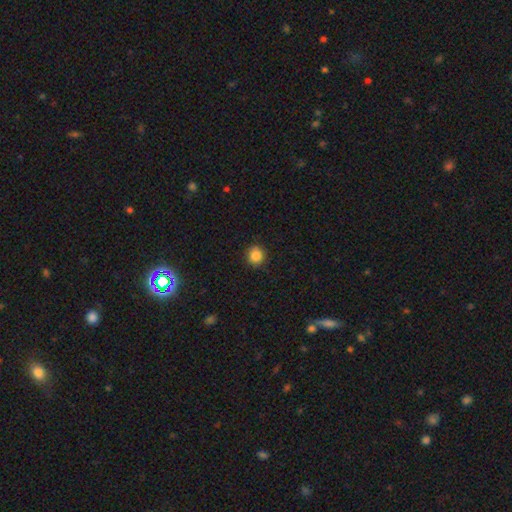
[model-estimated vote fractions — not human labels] Q: Smooth or featured?
A: smooth (86%); runner-up: star or artifact (11%)
Q: How rounded?
A: round (87%); runner-up: in between (12%)
Q: Merging?
A: none (88%); runner-up: minor disturbance (9%)